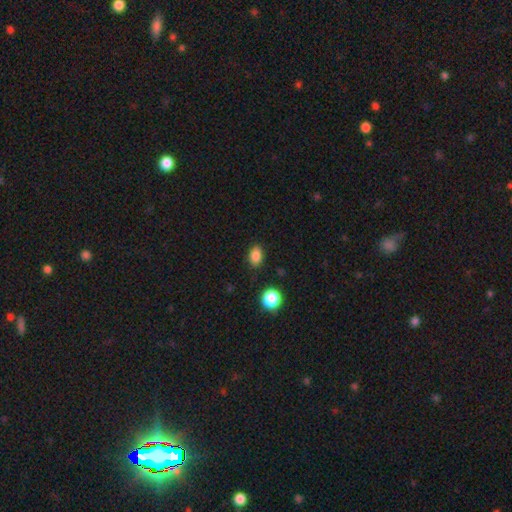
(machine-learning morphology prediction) Smooth or featured: smooth — 84% (star or artifact — 11%)
How rounded: in between — 78% (round — 20%)
Merging: none — 86% (minor disturbance — 10%)